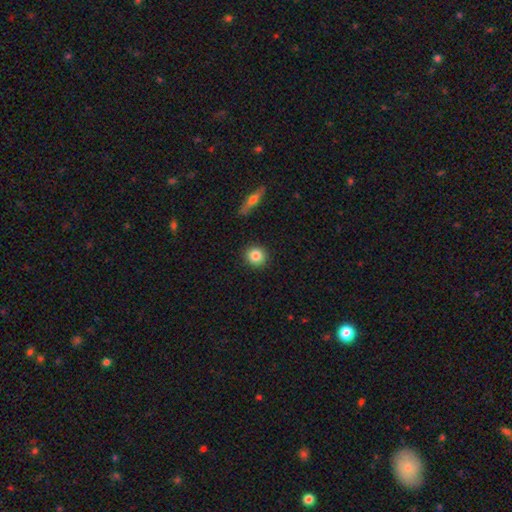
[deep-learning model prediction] This appears to be a smooth galaxy with no disk features (84%) that is round (91%). Merging: none (91%).